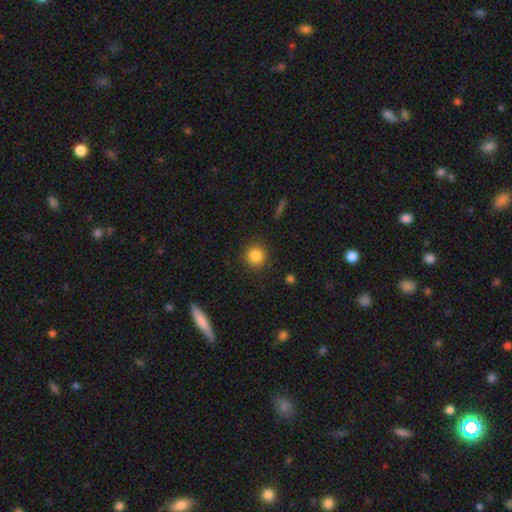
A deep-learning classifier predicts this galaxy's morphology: smooth 85%, star or artifact 10%, featured or disk 5%. Down the decision tree: how rounded — round (92%); merging — none (87%).